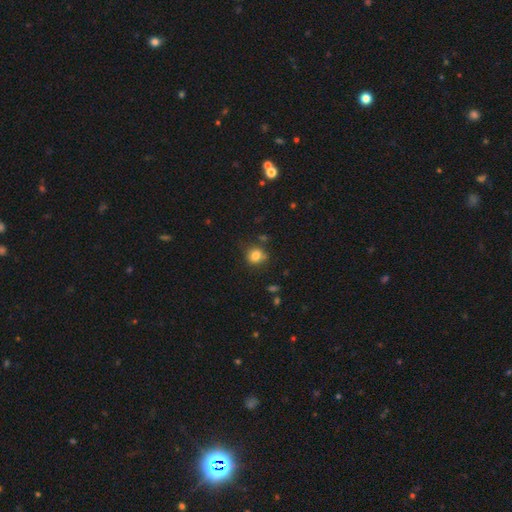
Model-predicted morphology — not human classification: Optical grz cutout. It shows a smooth galaxy with no disk features (82%) that is round (72%). Merging: none (70%).